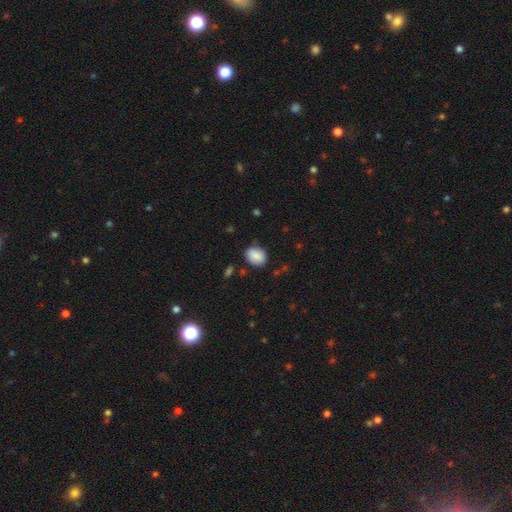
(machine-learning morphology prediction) Smooth or featured? smooth (87%)
How rounded? in between (62%)
Merging? none (78%)